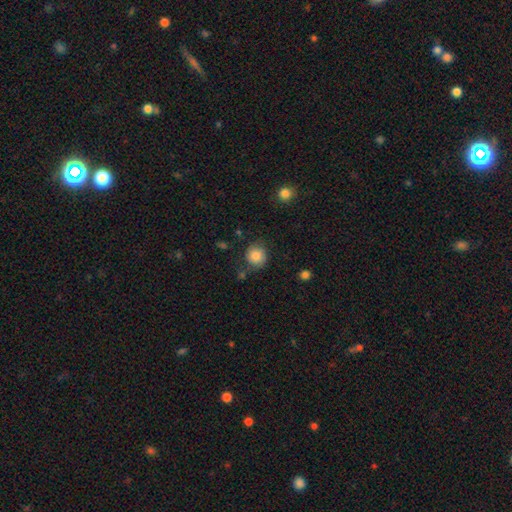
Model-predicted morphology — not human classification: Q: Smooth or featured?
A: smooth (83%); runner-up: star or artifact (9%)
Q: How rounded?
A: round (87%); runner-up: in between (12%)
Q: Merging?
A: none (75%); runner-up: minor disturbance (16%)